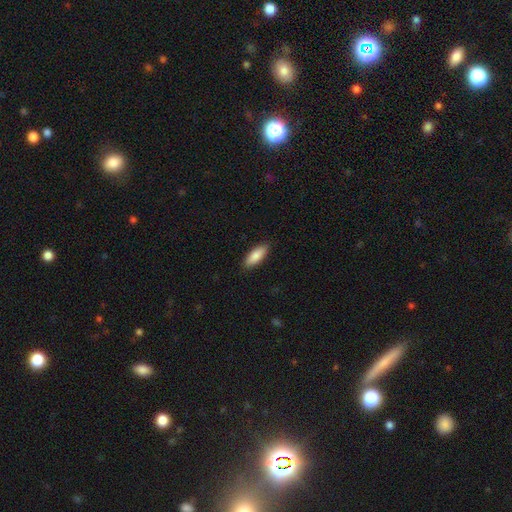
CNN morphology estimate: A smooth galaxy with no disk features (85%) that is in between round and cigar-shaped (68%). Merging: none (88%).